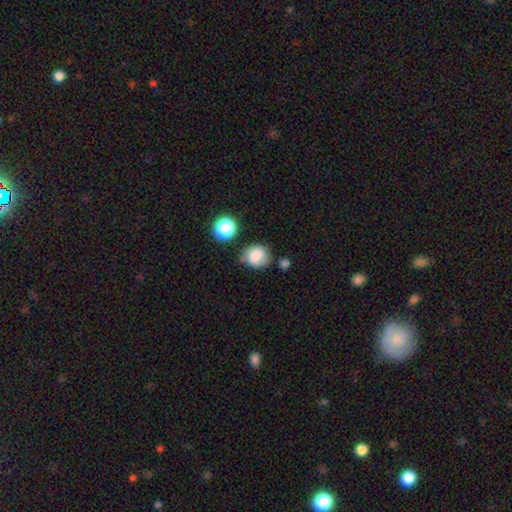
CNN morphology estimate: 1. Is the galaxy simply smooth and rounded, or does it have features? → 76% smooth, 14% featured or disk, 11% star or artifact.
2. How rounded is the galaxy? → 73% round, 26% in between, 1% cigar-shaped.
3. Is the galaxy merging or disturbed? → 61% none, 25% minor disturbance, 7% major disturbance, 7% merger.